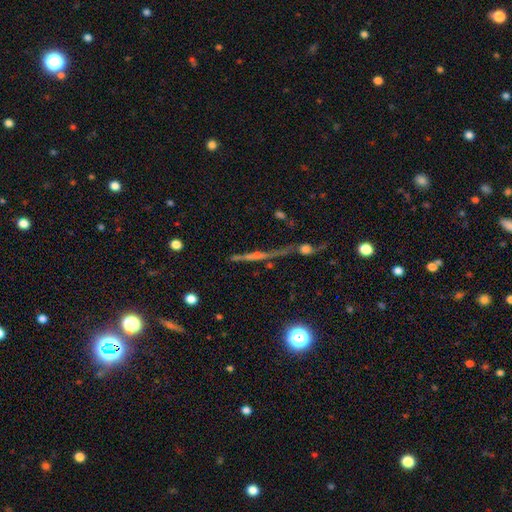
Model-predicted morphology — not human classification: This is marginally a featured or disk galaxy (43%). Merging: likely none (63%).